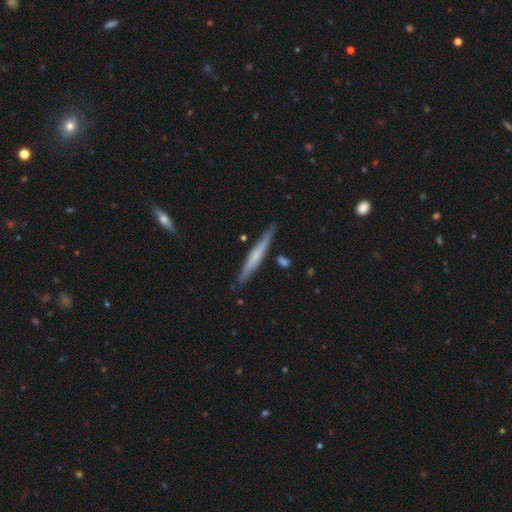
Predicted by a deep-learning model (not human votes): smooth_or_featured: featured or disk (p=0.48) [alt: smooth p=0.47]
merging: none (p=0.86) [alt: minor disturbance p=0.10]